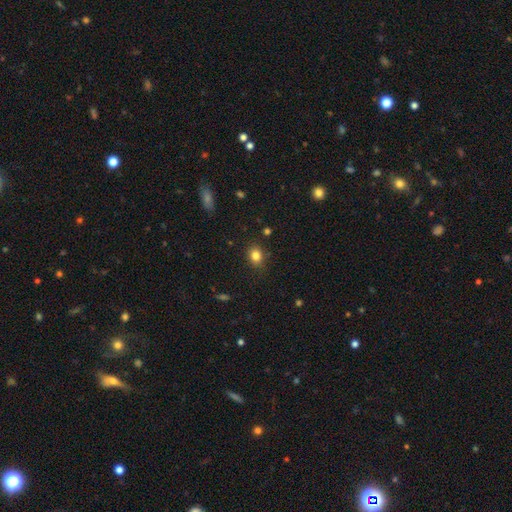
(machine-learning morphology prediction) Q: Smooth or featured?
A: smooth (82%); runner-up: star or artifact (12%)
Q: How rounded?
A: round (54%); runner-up: in between (45%)
Q: Merging?
A: none (85%); runner-up: minor disturbance (11%)